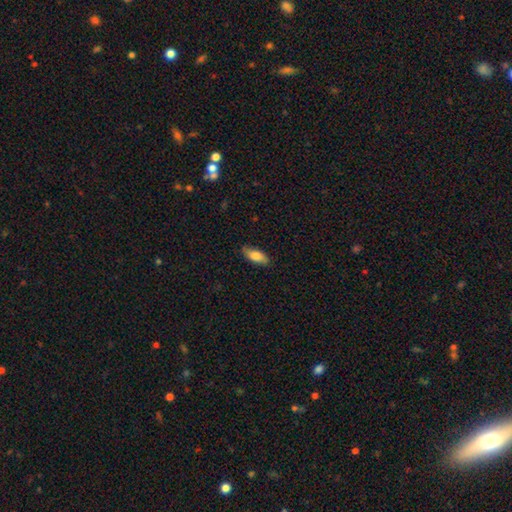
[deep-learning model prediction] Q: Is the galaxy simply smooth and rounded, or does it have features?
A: smooth — 79%.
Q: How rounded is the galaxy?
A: in between — 79%.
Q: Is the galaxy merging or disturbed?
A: none — 81%.